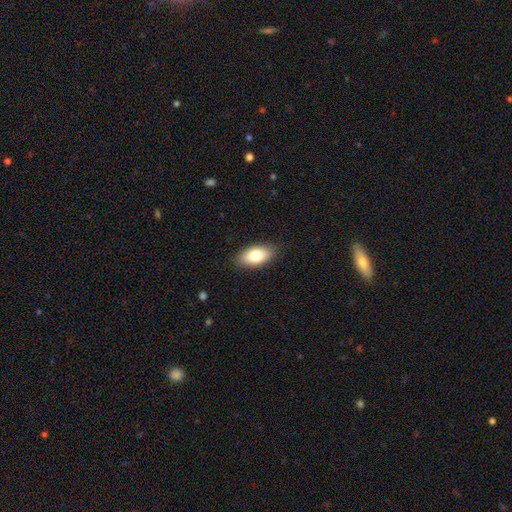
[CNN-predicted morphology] smooth-or-featured: smooth: 80% | featured or disk: 13% | star or artifact: 7%
  how-rounded: in between: 92% | cigar-shaped: 4% | round: 4%
  merging: none: 88% | minor disturbance: 9% | major disturbance: 2% | merger: 1%